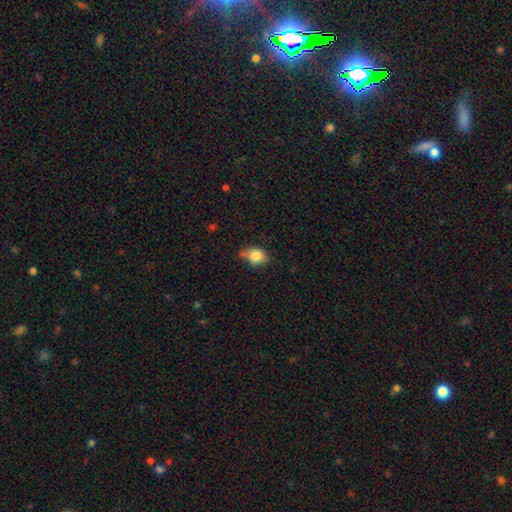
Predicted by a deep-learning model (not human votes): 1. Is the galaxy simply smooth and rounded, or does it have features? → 83% smooth, 9% star or artifact, 8% featured or disk.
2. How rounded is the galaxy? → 65% in between, 33% round, 1% cigar-shaped.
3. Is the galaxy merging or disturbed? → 57% none, 30% minor disturbance, 6% merger, 6% major disturbance.